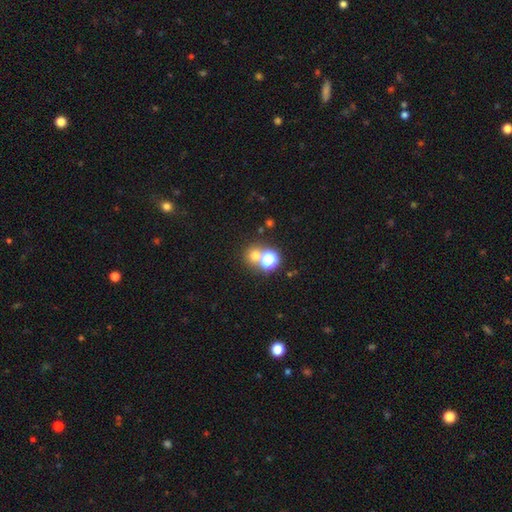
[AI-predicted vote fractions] Morphology: type=smooth (63%); roundness=round (87%); merging=none (63%).